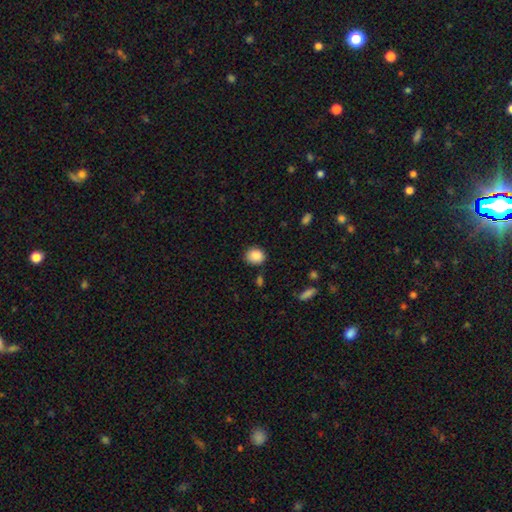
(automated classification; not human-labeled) A smooth galaxy with no disk features (87%) that is round (64%). Merging: none (83%).